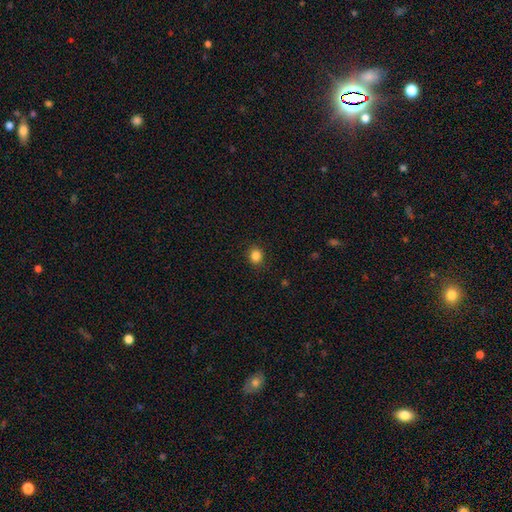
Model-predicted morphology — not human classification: Overall: smooth (85%). How rounded: round (76%). Merging: none (89%).